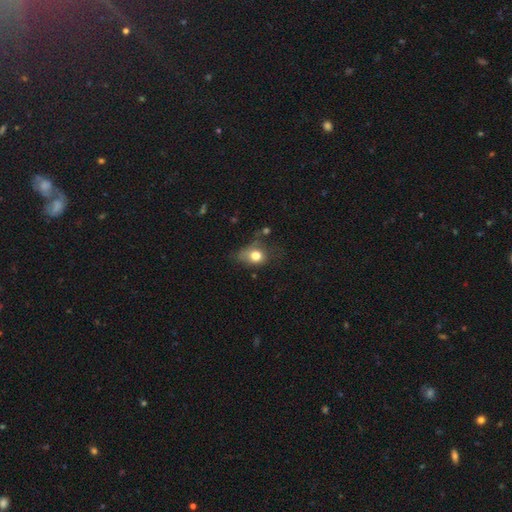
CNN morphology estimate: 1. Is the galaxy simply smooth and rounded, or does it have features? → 75% smooth, 14% featured or disk, 11% star or artifact.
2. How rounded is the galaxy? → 57% in between, 41% round, 2% cigar-shaped.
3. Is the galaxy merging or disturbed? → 35% none, 32% minor disturbance, 27% major disturbance, 6% merger.